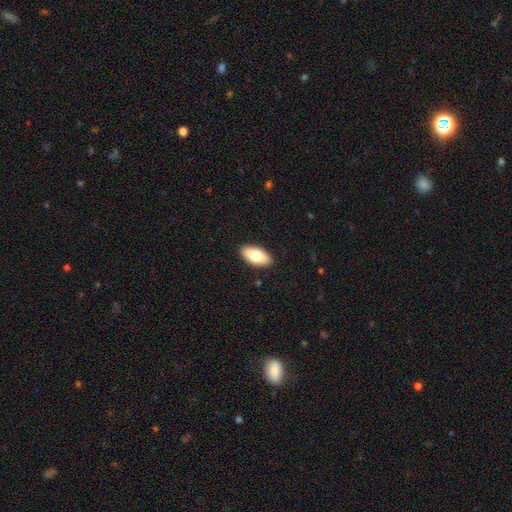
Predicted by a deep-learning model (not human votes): Smooth or featured?
  - smooth: 81% *
  - featured or disk: 14%
  - star or artifact: 6%
How rounded?
  - in between: 93% *
  - cigar-shaped: 5%
  - round: 2%
Merging?
  - none: 90% *
  - minor disturbance: 8%
  - major disturbance: 2%
  - merger: 1%